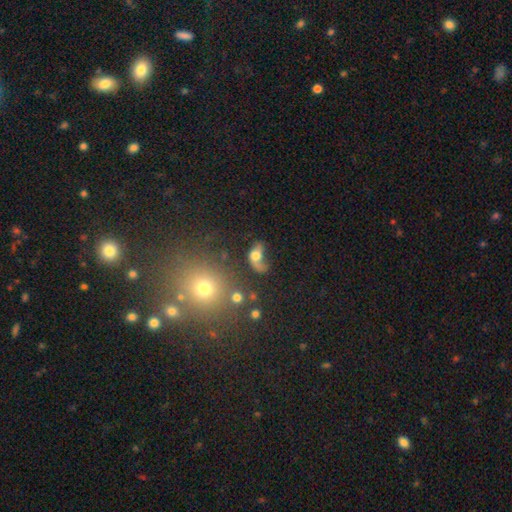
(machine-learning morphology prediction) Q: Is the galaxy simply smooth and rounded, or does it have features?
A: smooth — 51%.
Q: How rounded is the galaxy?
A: in between — 76%.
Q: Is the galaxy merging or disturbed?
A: major disturbance — 38%.